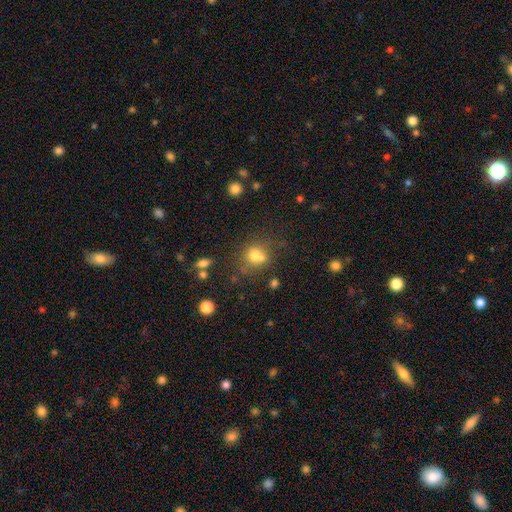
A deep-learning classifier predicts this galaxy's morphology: Smooth or featured?
  - smooth: 71% *
  - star or artifact: 15%
  - featured or disk: 14%
How rounded?
  - round: 63% *
  - in between: 36%
  - cigar-shaped: 1%
Merging?
  - none: 42% *
  - merger: 33%
  - minor disturbance: 16%
  - major disturbance: 9%